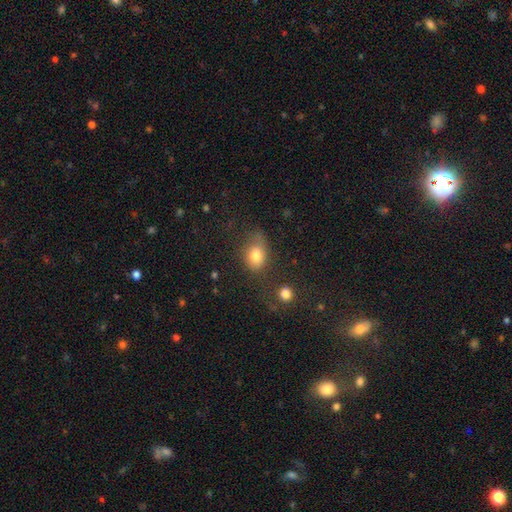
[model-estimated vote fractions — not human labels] This is likely a smooth galaxy (77%). How rounded: likely in between (62%). Merging: possibly none (50%).